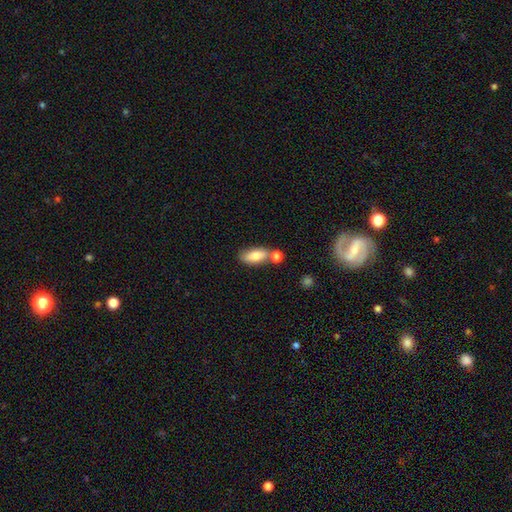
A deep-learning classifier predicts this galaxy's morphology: This is likely a smooth galaxy (76%). How rounded: clearly in between (85%). Merging: possibly none (59%).